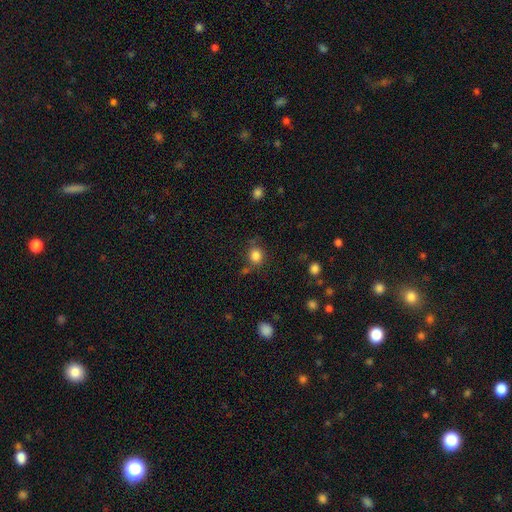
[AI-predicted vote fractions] smooth 84%, star or artifact 11%, featured or disk 5%. Down the decision tree: how rounded — round (79%); merging — none (75%).